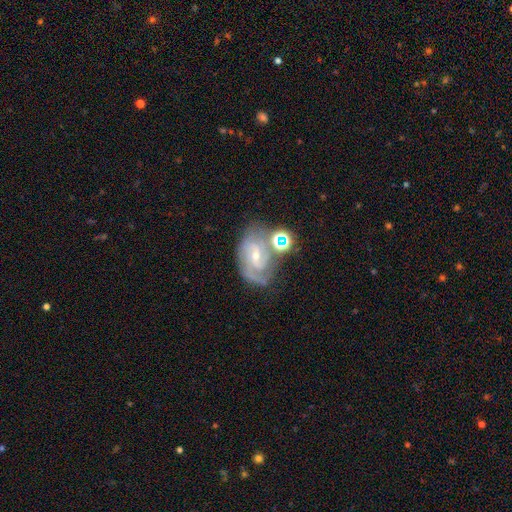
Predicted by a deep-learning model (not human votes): This is clearly a featured or disk galaxy (81%). It is clearly not viewed edge-on (97%). Bar: possibly weak (49%). Spiral arm pattern: clearly yes (94%). Spiral arm count: possibly 2 (56%). Spiral winding: possibly medium (46%). Central bulge: likely small (68%). Merging: possibly none (52%).